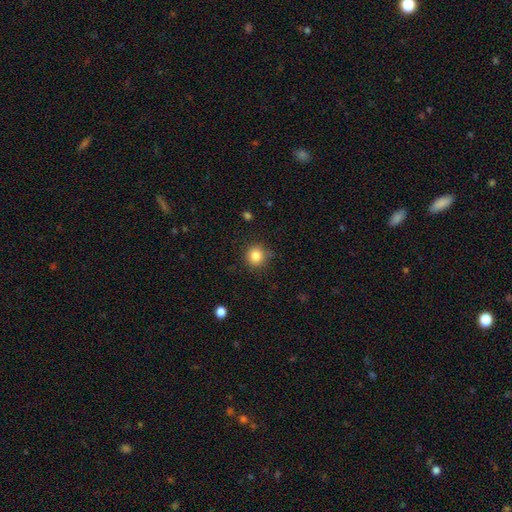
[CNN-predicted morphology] This appears to be a smooth galaxy with no disk features (84%) that is round (92%). Merging: none (85%).